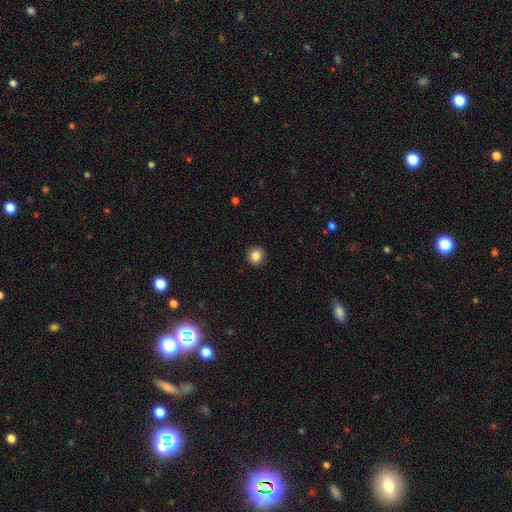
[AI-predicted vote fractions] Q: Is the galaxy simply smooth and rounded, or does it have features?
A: smooth — 85%.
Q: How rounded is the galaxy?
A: round — 92%.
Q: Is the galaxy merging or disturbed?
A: none — 91%.